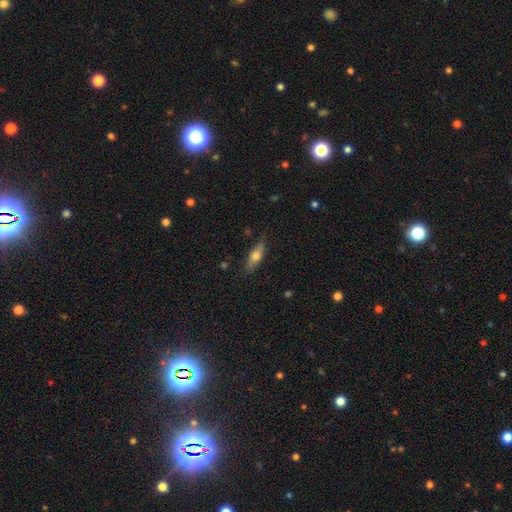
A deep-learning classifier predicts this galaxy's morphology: smooth-or-featured: smooth: 58% | featured or disk: 36% | star or artifact: 6%
  how-rounded: in between: 49% | cigar-shaped: 48% | round: 3%
  merging: none: 79% | minor disturbance: 16% | major disturbance: 3% | merger: 2%